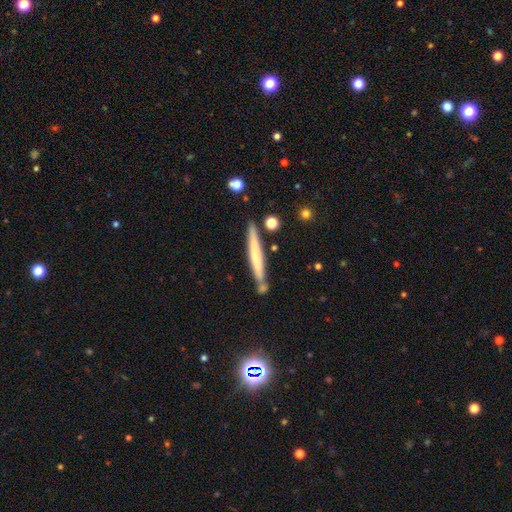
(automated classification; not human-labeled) A smooth galaxy with no disk features (55%) that is cigar-shaped (96%).

Vote fractions:
- Smooth or featured? smooth: 55% / featured or disk: 39% / star or artifact: 7%
- How rounded? cigar-shaped: 96% / in between: 3% / round: 1%
- Merging? none: 76% / minor disturbance: 12% / merger: 9% / major disturbance: 2%